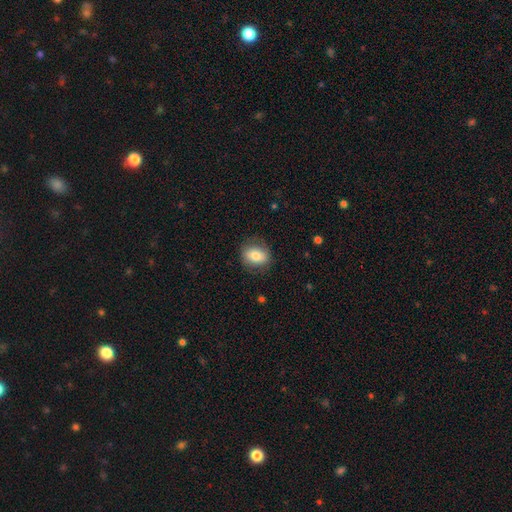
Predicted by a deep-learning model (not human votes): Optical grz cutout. It shows a smooth galaxy with no disk features (78%) that is in between round and cigar-shaped (62%). Merging: none (79%).